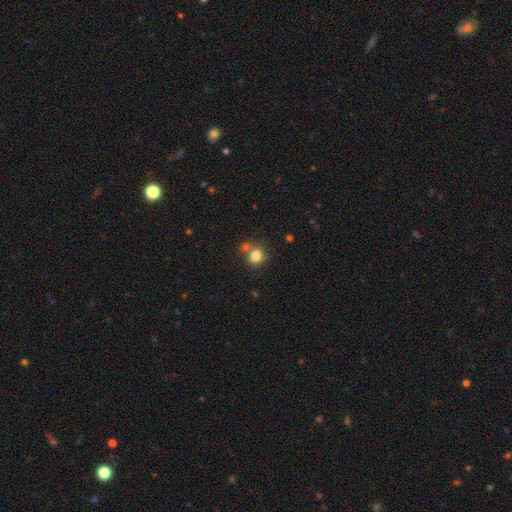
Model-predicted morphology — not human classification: Smooth or featured? smooth (81%)
How rounded? round (79%)
Merging? none (58%)